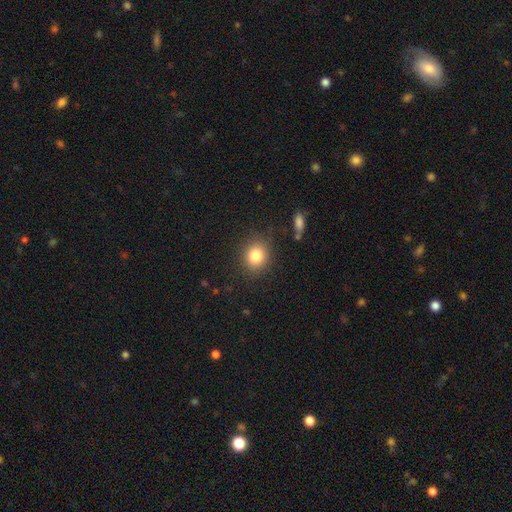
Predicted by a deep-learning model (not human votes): smooth-or-featured: smooth: 83% | star or artifact: 11% | featured or disk: 7%
  how-rounded: round: 72% | in between: 27% | cigar-shaped: 1%
  merging: none: 85% | minor disturbance: 10% | major disturbance: 3% | merger: 2%